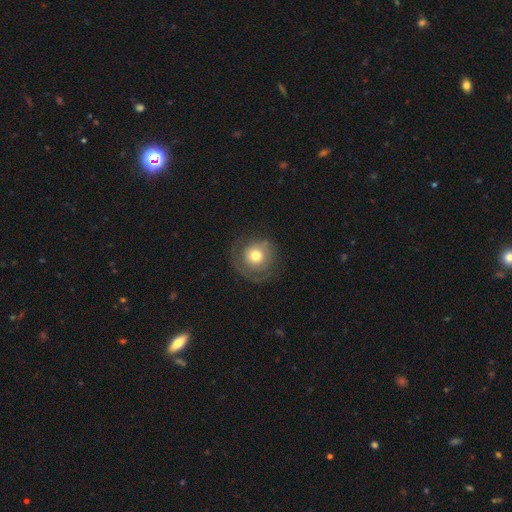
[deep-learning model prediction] smooth 56%, featured or disk 36%, star or artifact 8%. Down the decision tree: how rounded — round (91%); merging — none (64%).